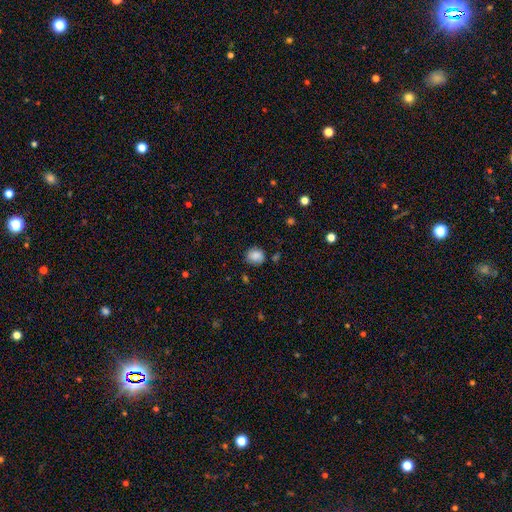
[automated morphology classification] smooth 83%, star or artifact 9%, featured or disk 8%. Down the decision tree: how rounded — round (76%); merging — none (72%).